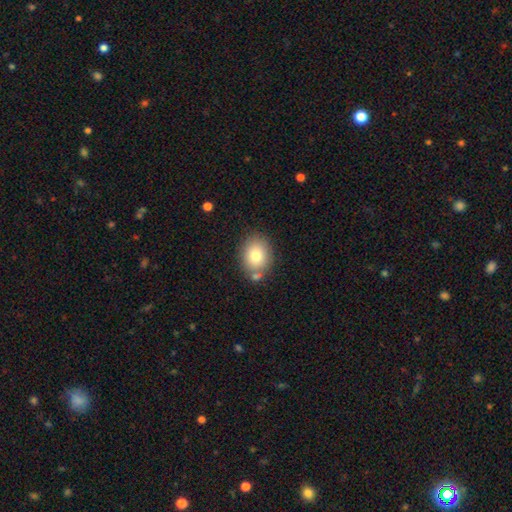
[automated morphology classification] A smooth galaxy with no disk features (79%) that is in between round and cigar-shaped (57%).

Vote fractions:
- Smooth or featured? smooth: 79% / featured or disk: 12% / star or artifact: 9%
- How rounded? in between: 57% / round: 42% / cigar-shaped: 1%
- Merging? none: 70% / minor disturbance: 14% / merger: 13% / major disturbance: 4%